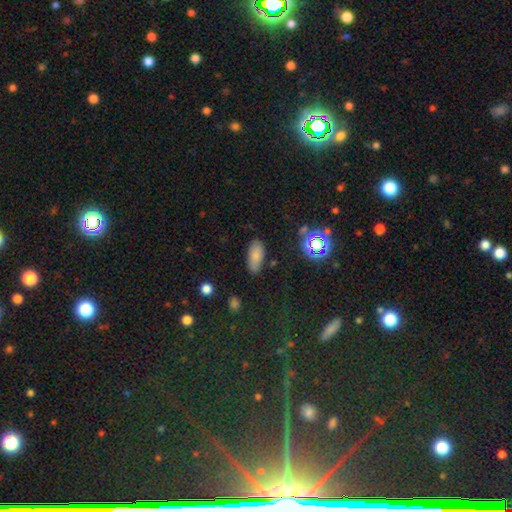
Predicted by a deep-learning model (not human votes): Morphology: type=smooth (79%); roundness=in between (86%); merging=none (78%).